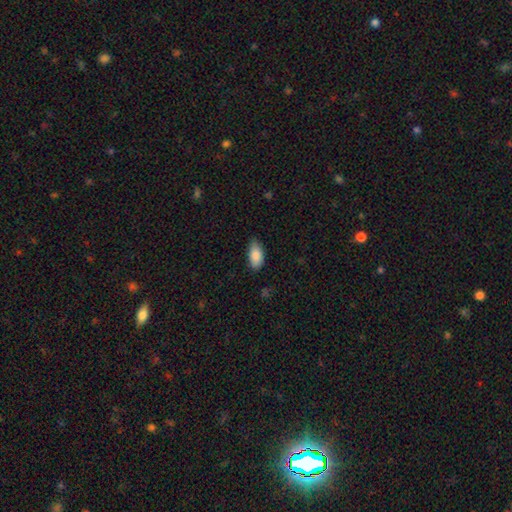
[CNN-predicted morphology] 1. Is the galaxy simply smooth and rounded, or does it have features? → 86% smooth, 7% featured or disk, 7% star or artifact.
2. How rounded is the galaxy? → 93% in between, 4% cigar-shaped, 3% round.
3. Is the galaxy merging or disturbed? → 77% none, 20% minor disturbance, 3% major disturbance, 1% merger.